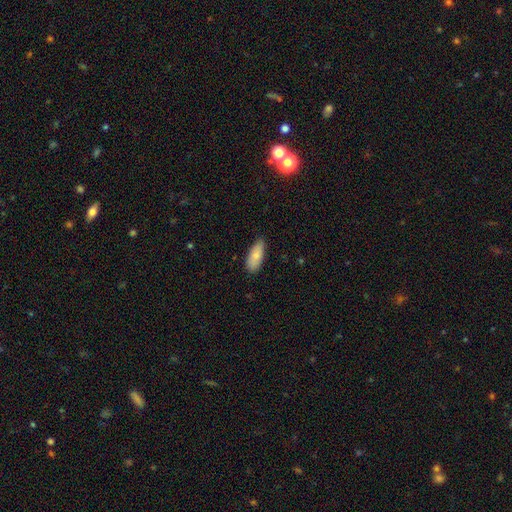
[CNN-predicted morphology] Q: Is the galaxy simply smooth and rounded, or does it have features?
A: smooth — 82%.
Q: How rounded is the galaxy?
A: in between — 81%.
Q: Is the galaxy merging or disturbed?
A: none — 77%.